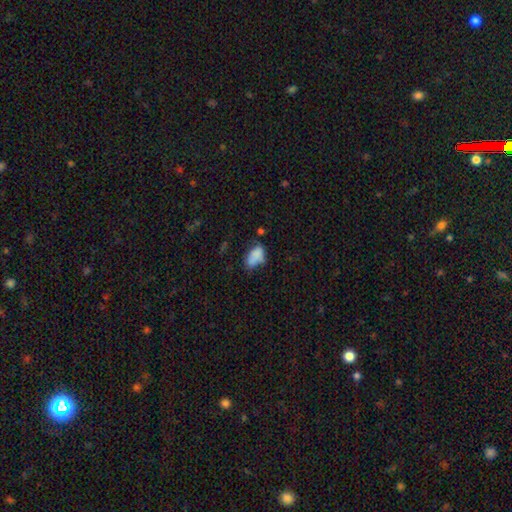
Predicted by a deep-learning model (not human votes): Morphology: type=smooth (77%); roundness=in between (90%); merging=none (36%).